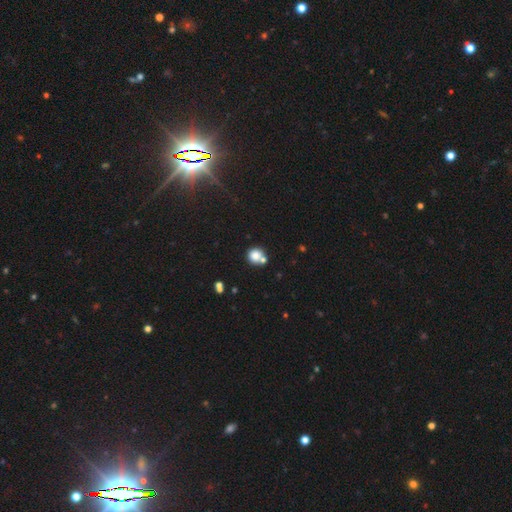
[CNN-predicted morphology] Smooth or featured? Predicted: smooth (p=0.80). How rounded? Predicted: round (p=0.90). Merging? Predicted: none (p=0.60).